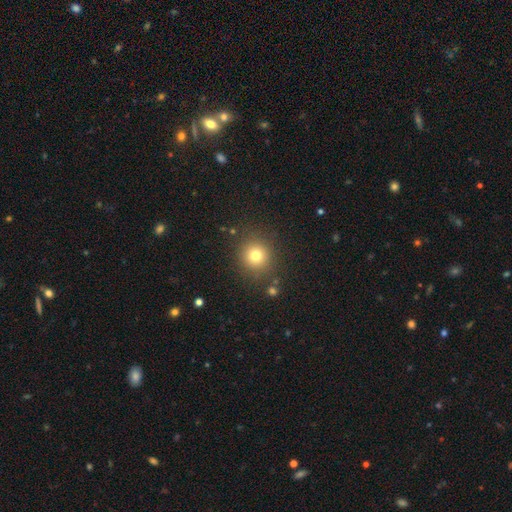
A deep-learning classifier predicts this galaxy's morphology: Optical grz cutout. It shows a smooth galaxy with no disk features (76%) that is round (92%). Merging: none (87%).